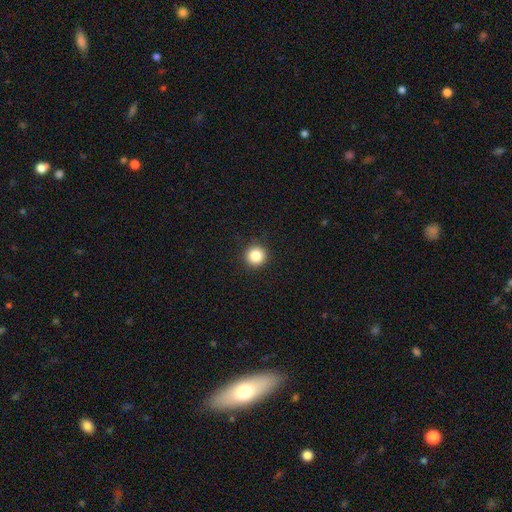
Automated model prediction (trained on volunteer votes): Smooth or featured: smooth — 85% (star or artifact — 10%)
How rounded: round — 95% (in between — 4%)
Merging: none — 93% (minor disturbance — 5%)